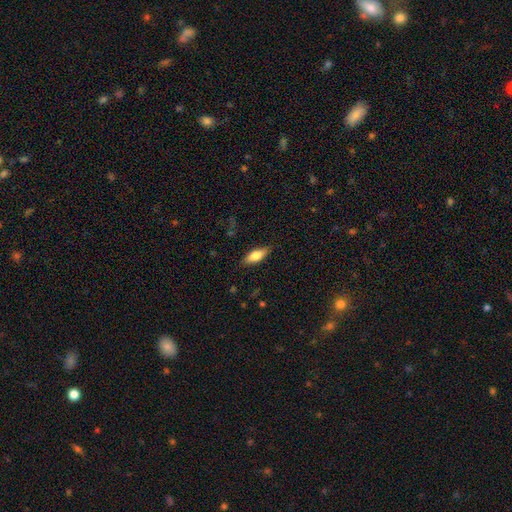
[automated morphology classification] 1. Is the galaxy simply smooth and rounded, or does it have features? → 72% smooth, 21% featured or disk, 7% star or artifact.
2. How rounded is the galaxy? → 72% in between, 25% cigar-shaped, 3% round.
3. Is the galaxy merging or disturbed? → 83% none, 13% minor disturbance, 3% major disturbance, 1% merger.